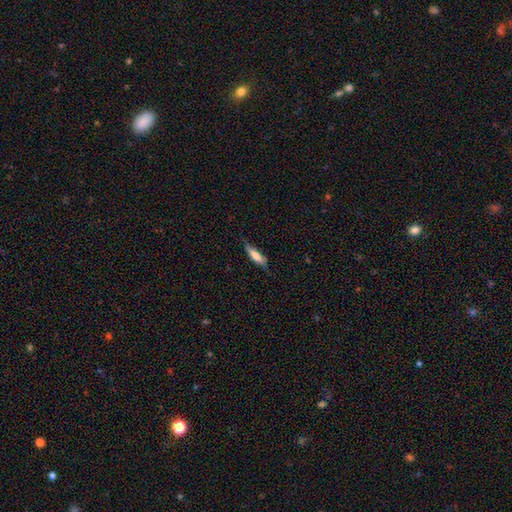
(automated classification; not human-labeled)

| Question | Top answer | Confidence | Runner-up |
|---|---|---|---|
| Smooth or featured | smooth | 68% | featured or disk (26%) |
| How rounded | cigar-shaped | 67% | in between (32%) |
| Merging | none | 73% | minor disturbance (21%) |